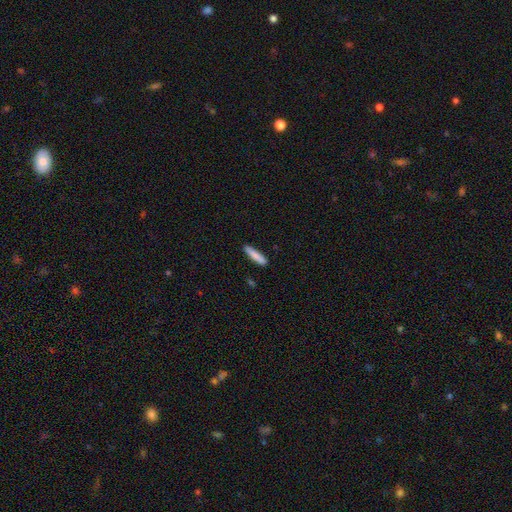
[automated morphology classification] type=smooth (84%); roundness=cigar-shaped (86%); merging=none (88%).